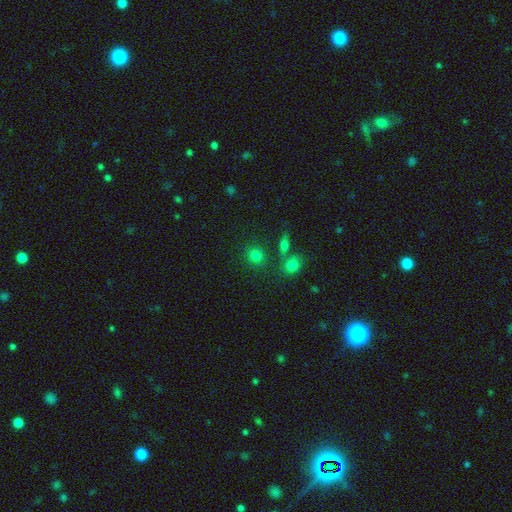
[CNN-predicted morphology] Smooth or featured? Predicted: smooth (p=0.79). How rounded? Predicted: round (p=0.83). Merging? Predicted: none (p=0.75).